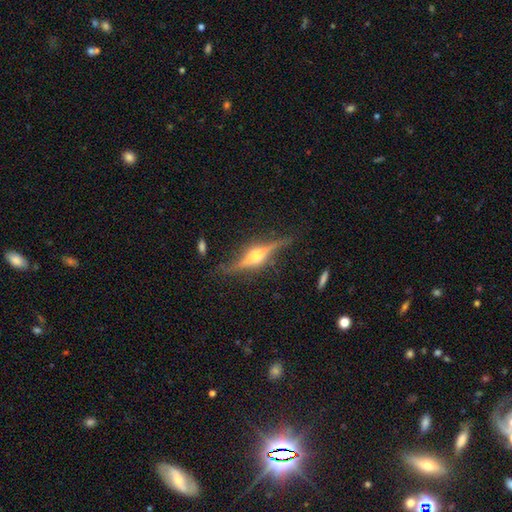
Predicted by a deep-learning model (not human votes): Overall: featured or disk (82%). Edge-on disk: yes (95%). Edge-on bulge: rounded (94%). Merging: none (81%).